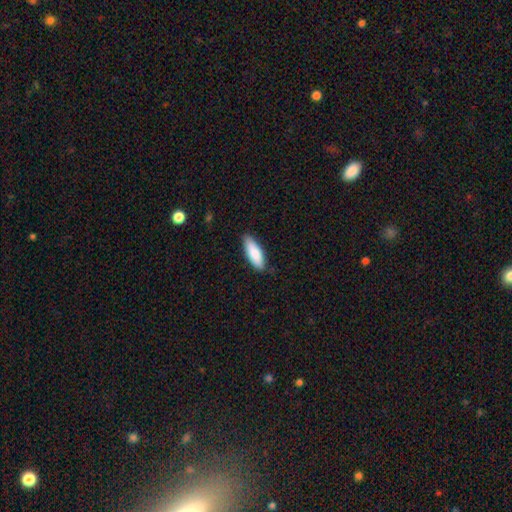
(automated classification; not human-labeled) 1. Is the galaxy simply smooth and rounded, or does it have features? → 85% smooth, 10% featured or disk, 5% star or artifact.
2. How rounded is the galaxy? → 62% in between, 36% cigar-shaped, 2% round.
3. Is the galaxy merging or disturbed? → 82% none, 15% minor disturbance, 2% major disturbance, 1% merger.